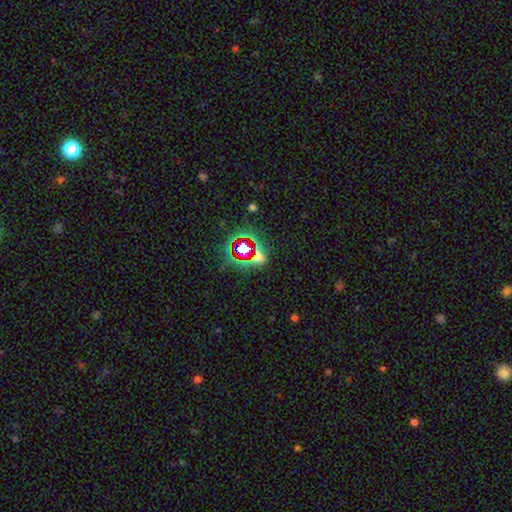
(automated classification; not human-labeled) Smooth or featured: star or artifact — 64% (smooth — 24%)